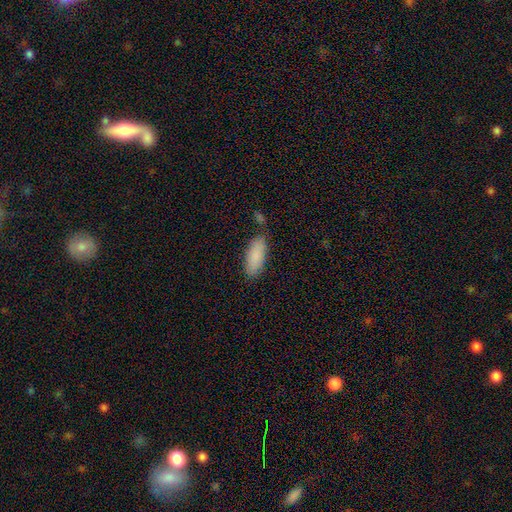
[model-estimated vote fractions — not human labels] Morphology: type=smooth (87%); roundness=in between (80%); merging=none (75%).